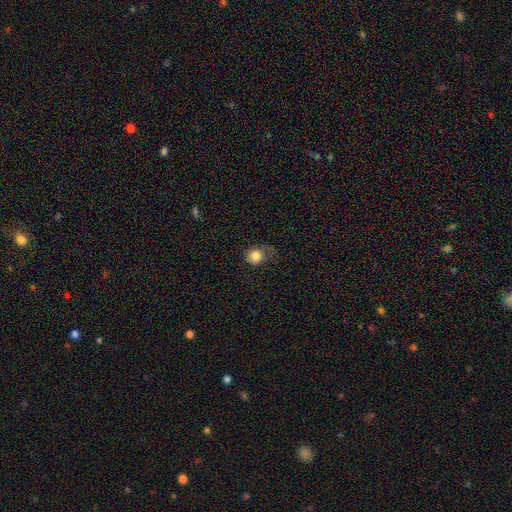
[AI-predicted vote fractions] This appears to be a smooth galaxy with no disk features (80%) that is round (78%). Merging: none (47%).